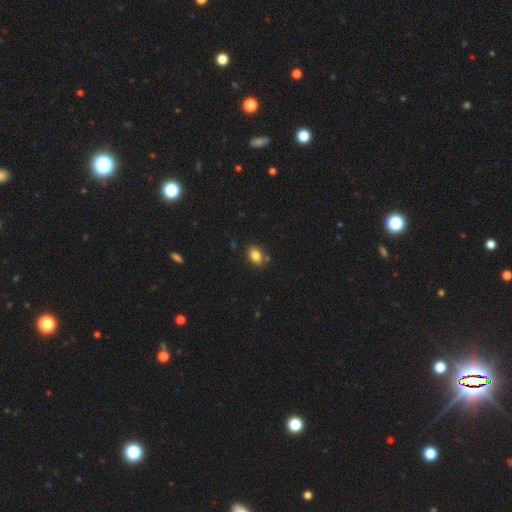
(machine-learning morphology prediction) Smooth or featured?
  - smooth: 84% *
  - star or artifact: 10%
  - featured or disk: 6%
How rounded?
  - in between: 70% *
  - round: 29%
  - cigar-shaped: 1%
Merging?
  - none: 79% *
  - minor disturbance: 12%
  - merger: 6%
  - major disturbance: 3%